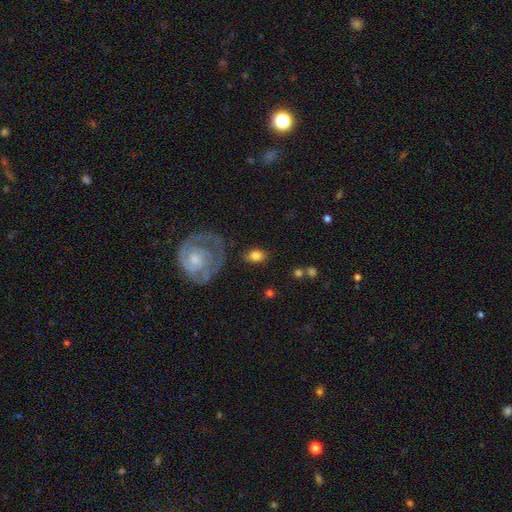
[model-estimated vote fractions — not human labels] This is likely a smooth galaxy (72%). How rounded: likely in between (74%). Merging: likely none (79%).